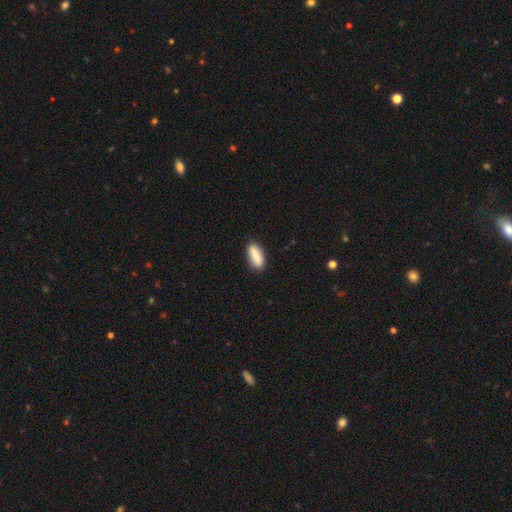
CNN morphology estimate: Smooth or featured? Predicted: smooth (p=0.86). How rounded? Predicted: in between (p=0.61). Merging? Predicted: none (p=0.87).